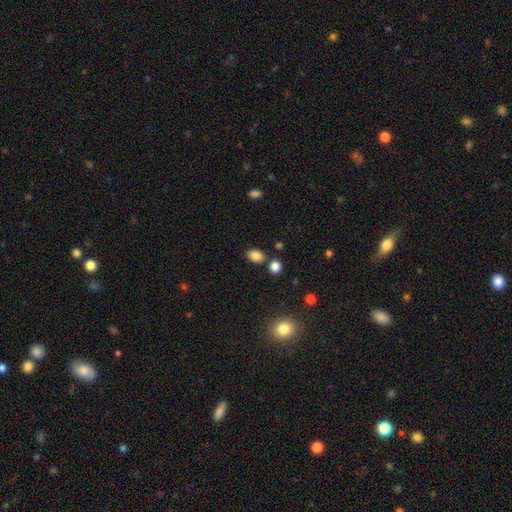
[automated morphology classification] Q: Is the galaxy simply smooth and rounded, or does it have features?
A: smooth — 84%.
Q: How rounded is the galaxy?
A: in between — 75%.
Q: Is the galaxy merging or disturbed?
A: none — 76%.